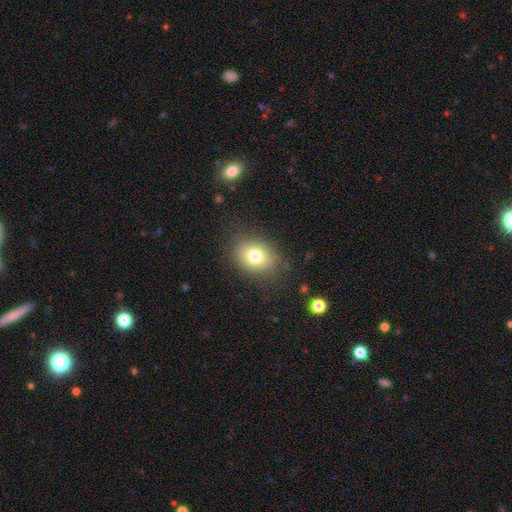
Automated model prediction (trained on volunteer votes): Overall: smooth (76%). How rounded: in between (61%; round 38%). Merging: none (84%).